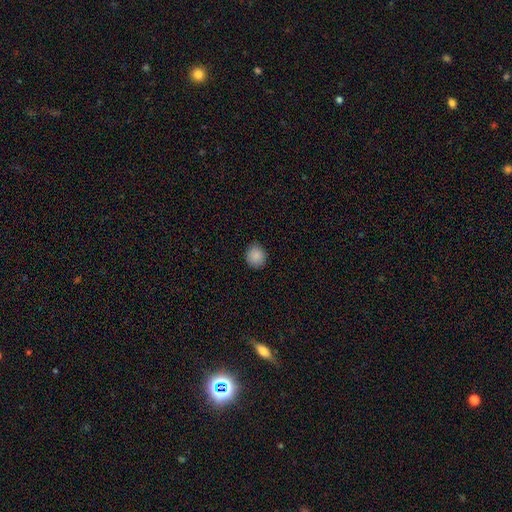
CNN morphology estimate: Smooth or featured?
  - smooth: 88% *
  - star or artifact: 9%
  - featured or disk: 3%
How rounded?
  - round: 85% *
  - in between: 14%
  - cigar-shaped: 1%
Merging?
  - none: 86% *
  - minor disturbance: 11%
  - major disturbance: 2%
  - merger: 1%